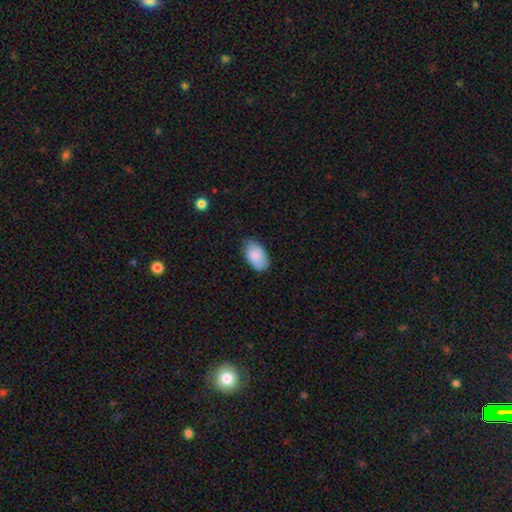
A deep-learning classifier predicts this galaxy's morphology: Smooth or featured? Predicted: smooth (p=0.81). How rounded? Predicted: in between (p=0.94). Merging? Predicted: none (p=0.73).